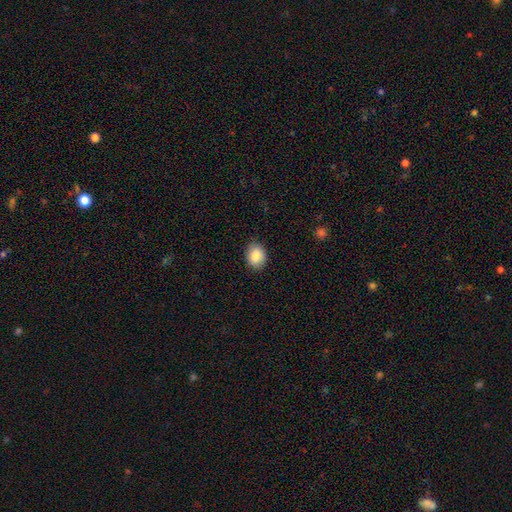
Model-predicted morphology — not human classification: Smooth or featured? smooth (86%)
How rounded? in between (56%)
Merging? none (87%)